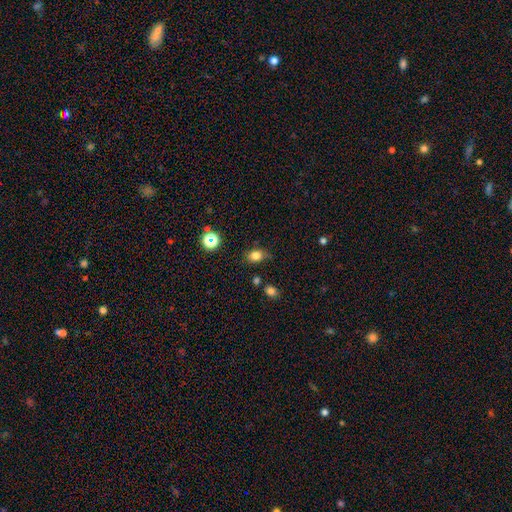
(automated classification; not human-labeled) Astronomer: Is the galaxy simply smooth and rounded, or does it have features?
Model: smooth — 78%.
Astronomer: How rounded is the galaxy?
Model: in between — 60% (runner-up: round, 39%).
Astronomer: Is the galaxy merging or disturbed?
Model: none — 70%.